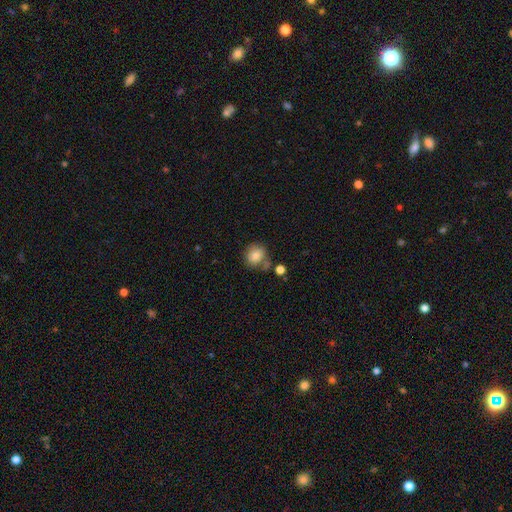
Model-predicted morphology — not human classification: This appears to be a smooth galaxy with no disk features (81%) that is round (75%). Merging: none (61%).